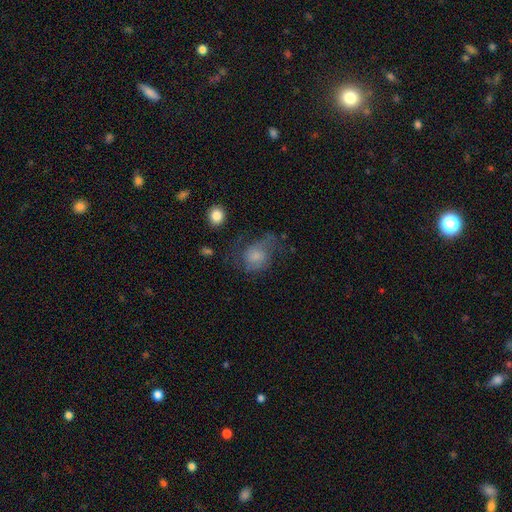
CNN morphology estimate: smooth-or-featured: smooth: 56% | featured or disk: 33% | star or artifact: 11%
  how-rounded: round: 53% | in between: 46% | cigar-shaped: 1%
  merging: none: 39% | major disturbance: 33% | minor disturbance: 25% | merger: 3%